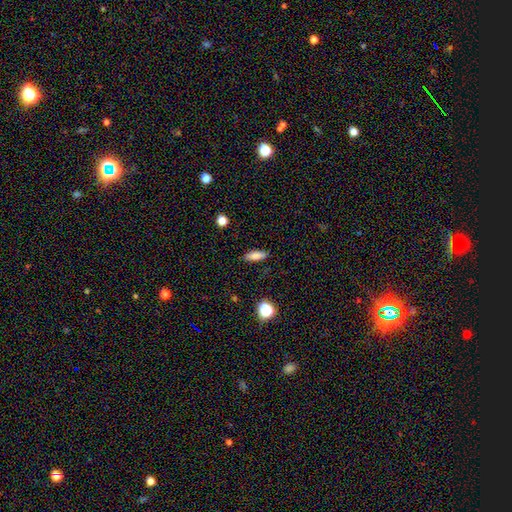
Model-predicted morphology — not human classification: Overall: smooth (82%). How rounded: in between (61%; cigar-shaped 35%). Merging: none (86%).